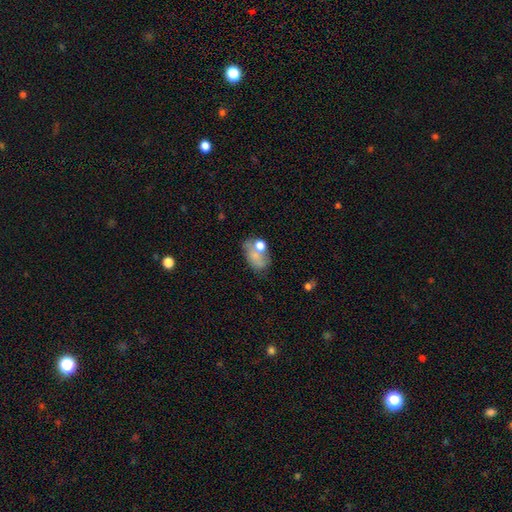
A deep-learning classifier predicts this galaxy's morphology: A smooth galaxy with no disk features (59%) that is in between round and cigar-shaped (79%).

Vote fractions:
- Smooth or featured? smooth: 59% / featured or disk: 27% / star or artifact: 13%
- How rounded? in between: 79% / round: 20% / cigar-shaped: 2%
- Merging? none: 35% / merger: 26% / minor disturbance: 21% / major disturbance: 18%